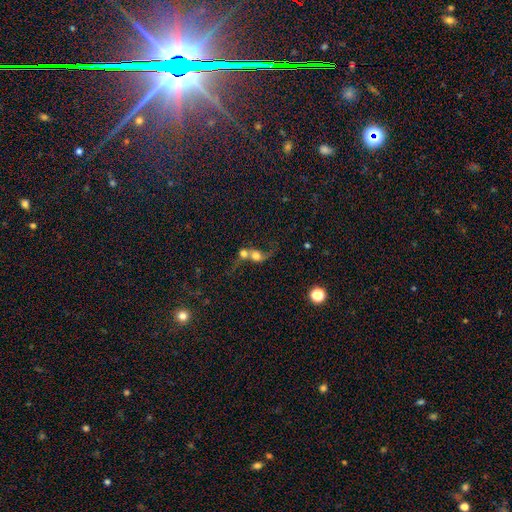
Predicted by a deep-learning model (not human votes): smooth-or-featured: smooth: 53% | featured or disk: 34% | star or artifact: 14%
  how-rounded: round: 66% | in between: 31% | cigar-shaped: 3%
  merging: merger: 73% | none: 13% | major disturbance: 9% | minor disturbance: 5%